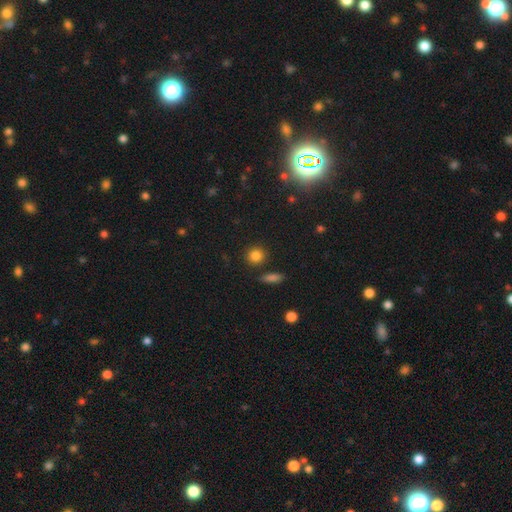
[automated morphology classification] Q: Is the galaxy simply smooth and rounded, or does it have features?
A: smooth — 84%.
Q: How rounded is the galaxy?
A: round — 88%.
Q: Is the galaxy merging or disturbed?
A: none — 86%.